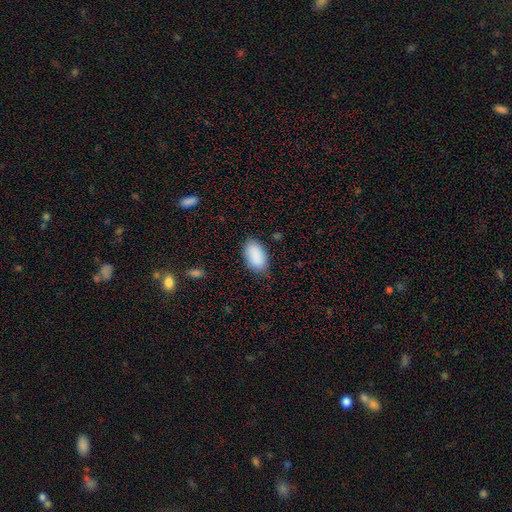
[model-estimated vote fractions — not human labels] smooth 90%, star or artifact 6%, featured or disk 4%. Down the decision tree: how rounded — in between (95%); merging — none (79%).